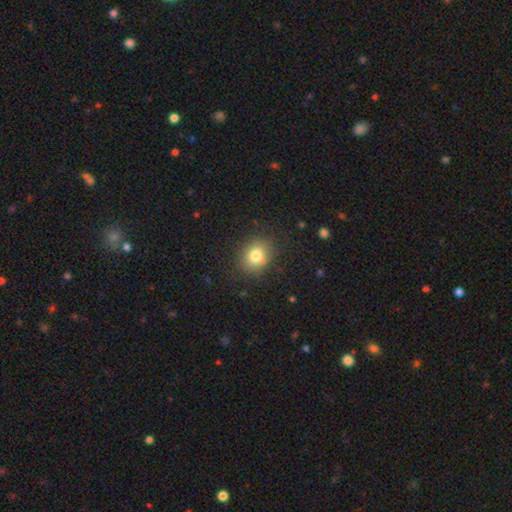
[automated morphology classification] smooth_or_featured: smooth (p=0.78) [alt: star or artifact p=0.12]
how_rounded: round (p=0.62) [alt: in between p=0.37]
merging: none (p=0.82) [alt: minor disturbance p=0.12]